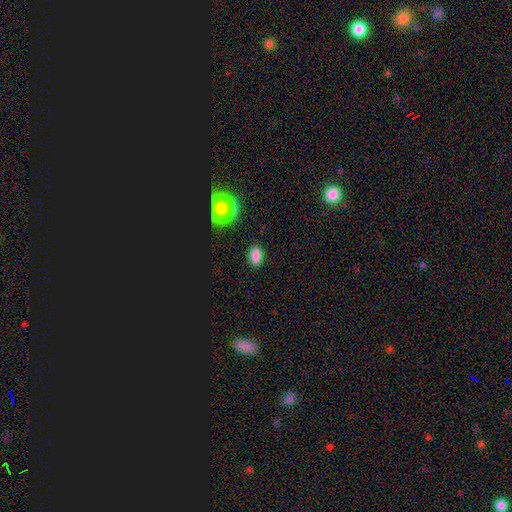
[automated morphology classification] Smooth or featured? smooth (83%)
How rounded? in between (86%)
Merging? none (86%)